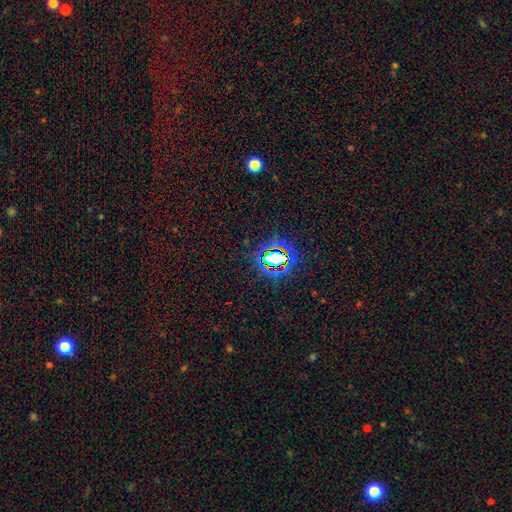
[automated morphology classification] Smooth or featured: star or artifact — 73% (smooth — 19%)